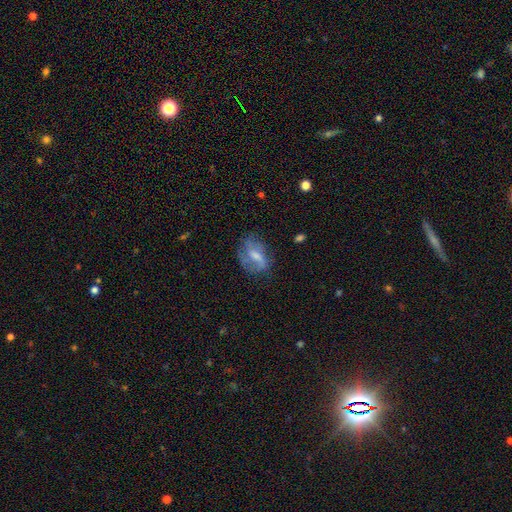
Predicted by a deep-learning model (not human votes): smooth_or_featured: featured or disk (p=0.55) [alt: smooth p=0.35]
disk_edge_on: no (p=0.93) [alt: yes p=0.07]
bar: weak (p=0.44) [alt: no p=0.32]
has_spiral_arms: yes (p=0.67) [alt: no p=0.33]
bulge_size: moderate (p=0.45) [alt: small p=0.31]
merging: none (p=0.59) [alt: minor disturbance p=0.24]